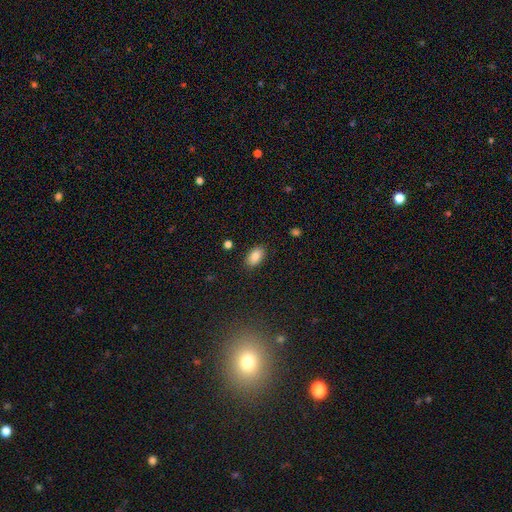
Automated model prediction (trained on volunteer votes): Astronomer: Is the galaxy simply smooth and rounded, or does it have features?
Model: smooth — 86%.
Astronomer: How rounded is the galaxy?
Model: in between — 92%.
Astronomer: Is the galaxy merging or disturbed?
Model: none — 86%.